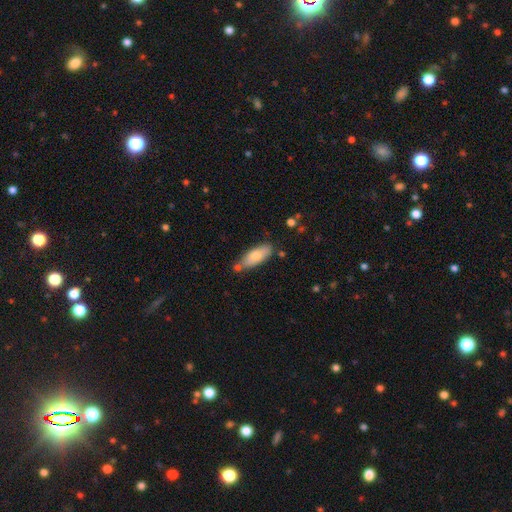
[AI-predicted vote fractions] Smooth or featured? smooth (75%)
How rounded? in between (69%)
Merging? none (65%)